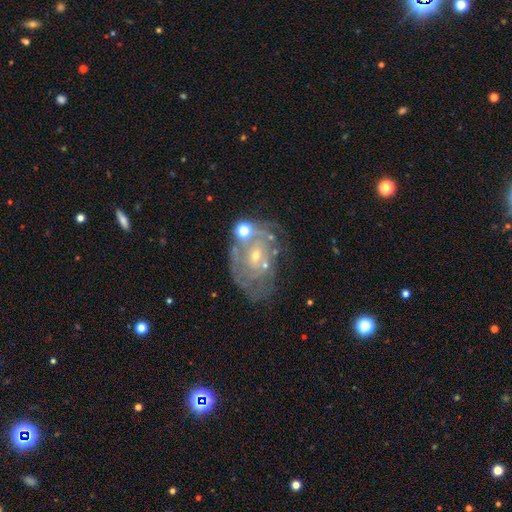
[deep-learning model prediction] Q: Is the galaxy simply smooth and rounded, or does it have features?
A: featured or disk — 76%.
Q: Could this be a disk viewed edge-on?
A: no — 96%.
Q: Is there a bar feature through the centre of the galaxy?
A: no — 70%.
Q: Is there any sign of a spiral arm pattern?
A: yes — 76%.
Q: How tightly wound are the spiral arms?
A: tight — 65%.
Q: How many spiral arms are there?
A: can't tell — 55%.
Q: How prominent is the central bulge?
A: small — 74%.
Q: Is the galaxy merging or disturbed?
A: none — 52%.